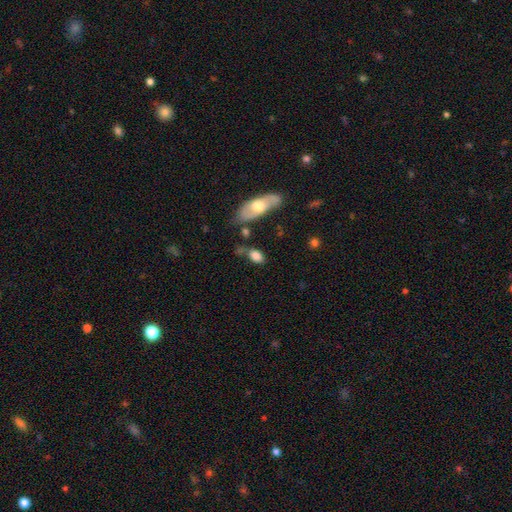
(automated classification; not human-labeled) smooth-or-featured: smooth: 80% | featured or disk: 12% | star or artifact: 8%
  how-rounded: in between: 86% | round: 10% | cigar-shaped: 5%
  merging: none: 54% | minor disturbance: 22% | merger: 14% | major disturbance: 10%